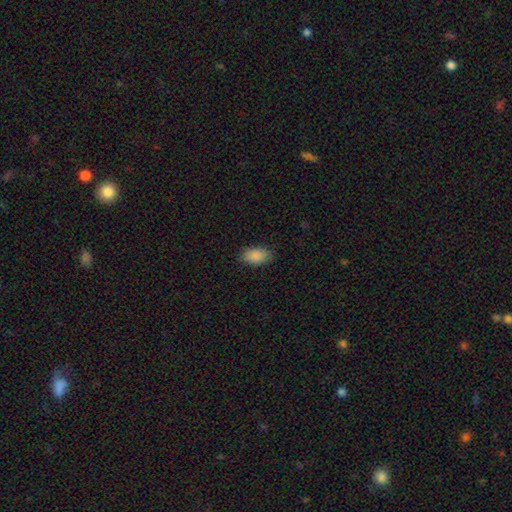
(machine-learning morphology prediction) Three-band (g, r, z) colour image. It shows a smooth galaxy with no disk features (89%) that is in between round and cigar-shaped (93%). Merging: none (85%).